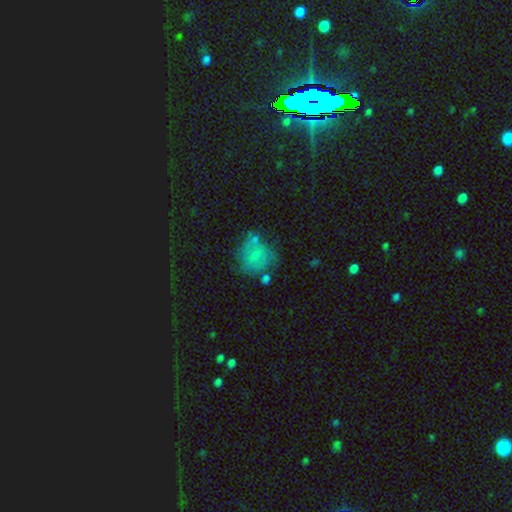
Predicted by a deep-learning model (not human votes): A smooth galaxy with no disk features (63%) that is round (72%). Merging: none (45%).